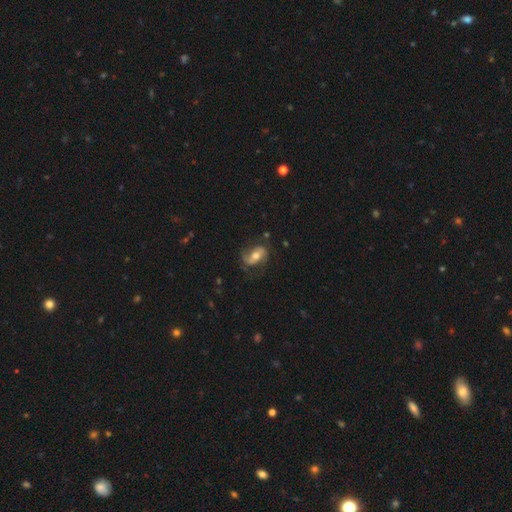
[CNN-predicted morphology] Smooth or featured? featured or disk (64%)
Edge-on disk? no (95%)
Bar? no (41%)
Spiral arms? yes (84%)
Spiral winding? loose (41%)
Spiral arm count? 2 (74%)
Bulge size? moderate (69%)
Merging? none (60%)